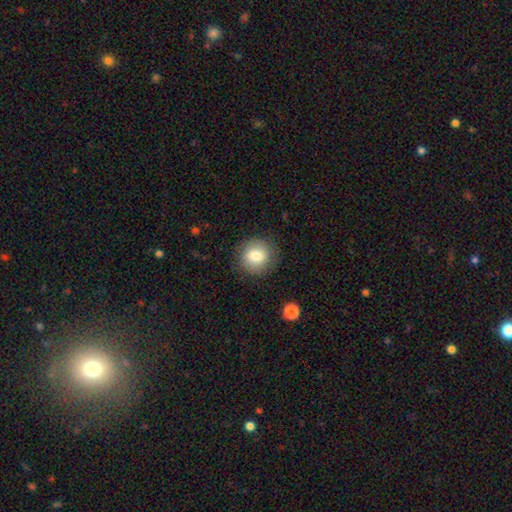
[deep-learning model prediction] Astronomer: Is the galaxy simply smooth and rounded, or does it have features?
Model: smooth — 77%.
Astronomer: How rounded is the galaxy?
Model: round — 89%.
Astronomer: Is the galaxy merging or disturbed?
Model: none — 86%.